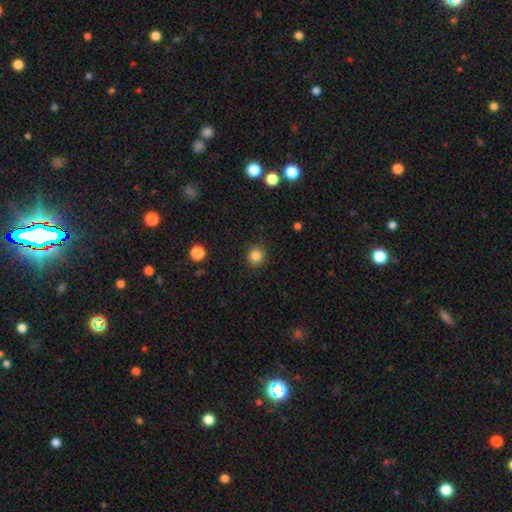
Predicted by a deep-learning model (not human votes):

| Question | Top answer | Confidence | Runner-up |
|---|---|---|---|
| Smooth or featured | smooth | 84% | star or artifact (12%) |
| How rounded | round | 86% | in between (13%) |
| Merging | none | 91% | minor disturbance (6%) |